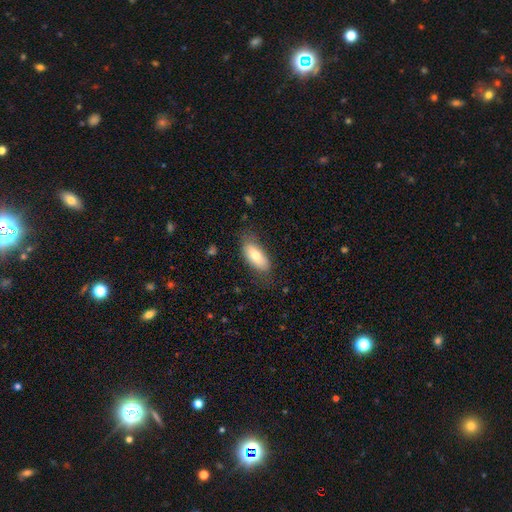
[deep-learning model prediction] Smooth or featured?
  - smooth: 73% *
  - featured or disk: 21%
  - star or artifact: 7%
How rounded?
  - in between: 84% *
  - cigar-shaped: 13%
  - round: 2%
Merging?
  - none: 74% *
  - minor disturbance: 20%
  - major disturbance: 5%
  - merger: 1%